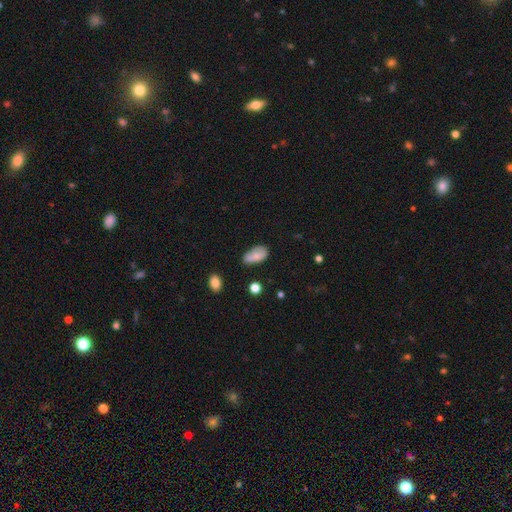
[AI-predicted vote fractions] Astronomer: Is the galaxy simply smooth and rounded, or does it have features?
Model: smooth — 76%.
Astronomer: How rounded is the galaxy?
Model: in between — 93%.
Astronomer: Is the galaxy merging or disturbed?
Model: none — 54% (runner-up: minor disturbance, 31%).